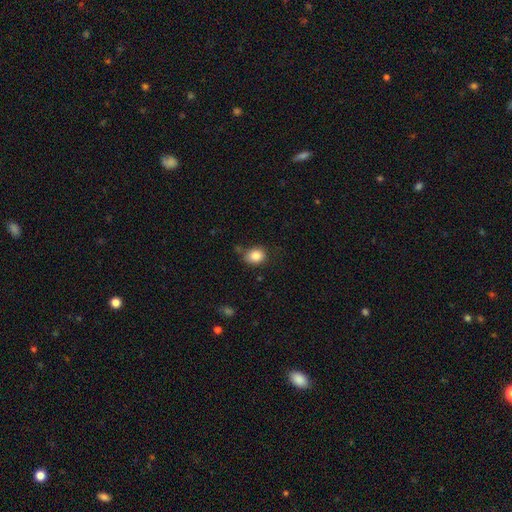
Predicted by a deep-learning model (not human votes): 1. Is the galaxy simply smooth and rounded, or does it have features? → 85% smooth, 9% star or artifact, 6% featured or disk.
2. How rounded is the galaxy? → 52% round, 47% in between, 1% cigar-shaped.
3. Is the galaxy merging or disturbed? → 71% none, 19% minor disturbance, 5% major disturbance, 5% merger.